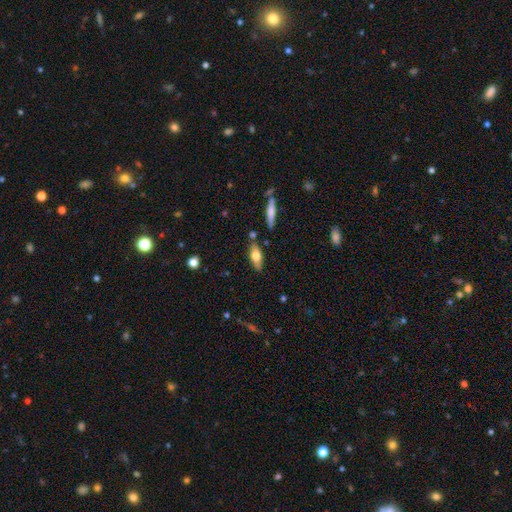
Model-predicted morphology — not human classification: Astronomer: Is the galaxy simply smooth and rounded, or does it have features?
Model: smooth — 62%.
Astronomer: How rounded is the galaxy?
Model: in between — 67%.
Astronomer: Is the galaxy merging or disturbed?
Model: none — 80%.